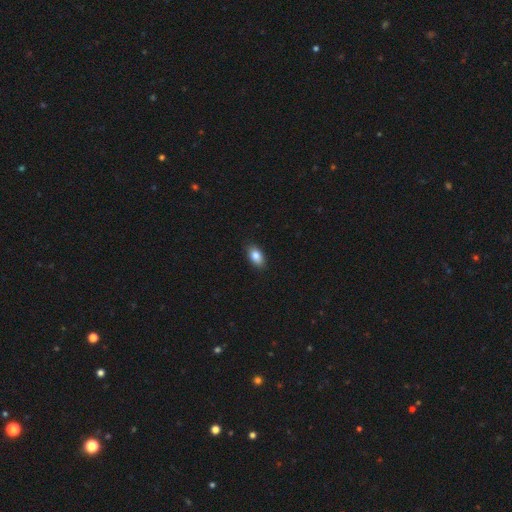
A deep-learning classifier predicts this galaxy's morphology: This is clearly a smooth galaxy (85%). How rounded: clearly in between (91%). Merging: clearly none (88%).